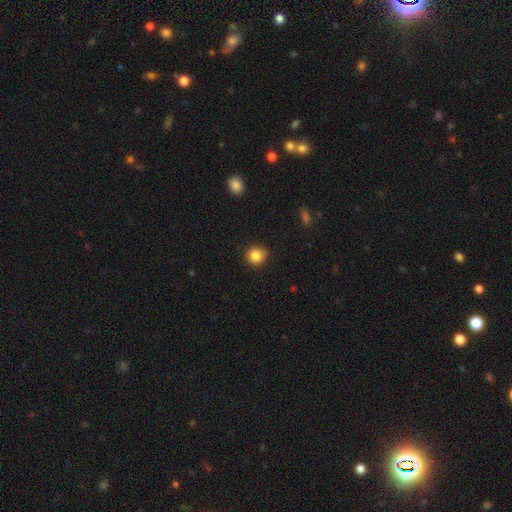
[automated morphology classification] Overall: smooth (85%). How rounded: round (90%). Merging: none (84%).